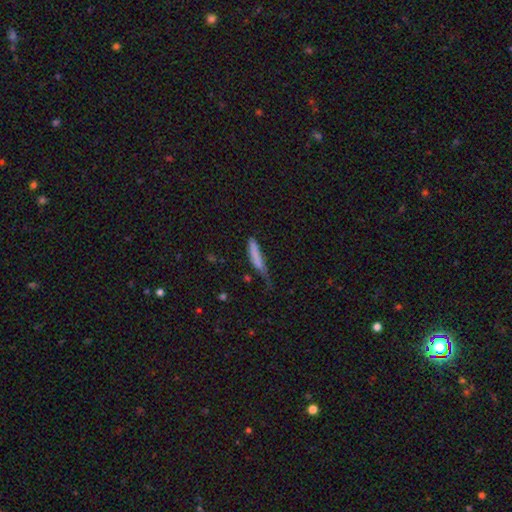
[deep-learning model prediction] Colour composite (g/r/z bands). It shows a smooth galaxy with no disk features (74%) that is cigar-shaped (84%). Merging: minor disturbance (36%).